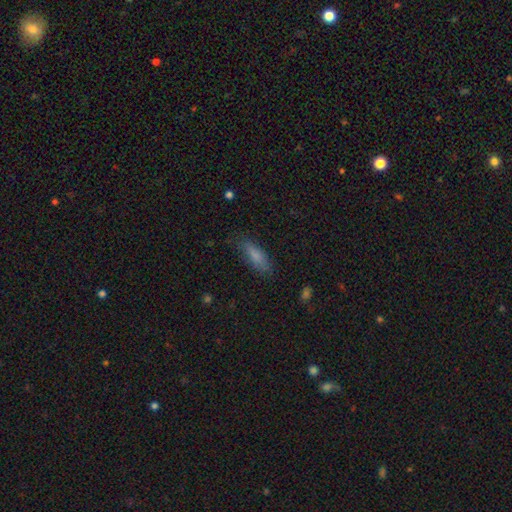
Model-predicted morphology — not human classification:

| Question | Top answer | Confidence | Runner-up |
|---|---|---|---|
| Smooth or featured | smooth | 82% | featured or disk (11%) |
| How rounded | in between | 52% | cigar-shaped (46%) |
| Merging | none | 76% | minor disturbance (18%) |